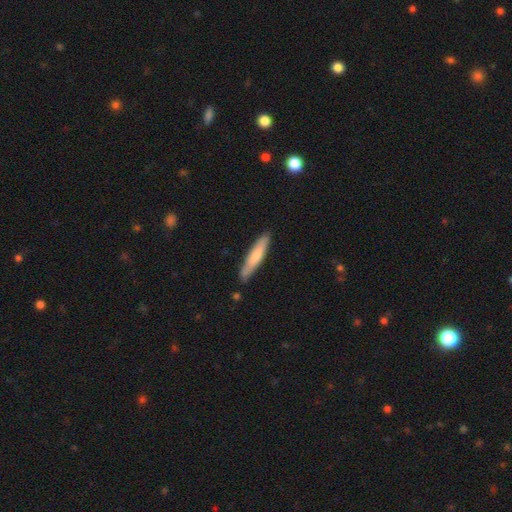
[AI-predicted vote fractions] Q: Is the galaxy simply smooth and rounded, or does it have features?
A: smooth — 71%.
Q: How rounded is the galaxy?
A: cigar-shaped — 89%.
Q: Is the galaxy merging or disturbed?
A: none — 85%.